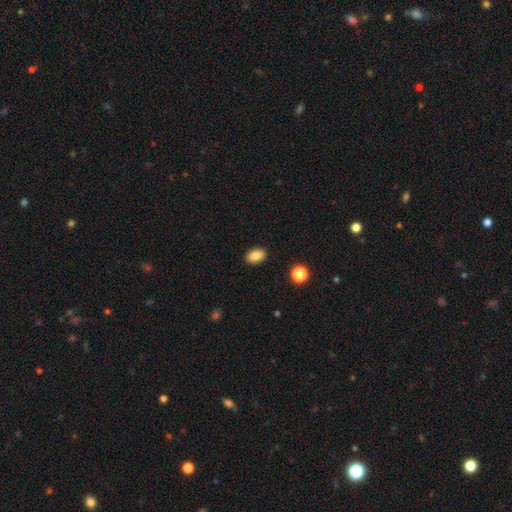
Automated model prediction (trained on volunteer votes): Smooth or featured? smooth (87%)
How rounded? in between (88%)
Merging? none (89%)